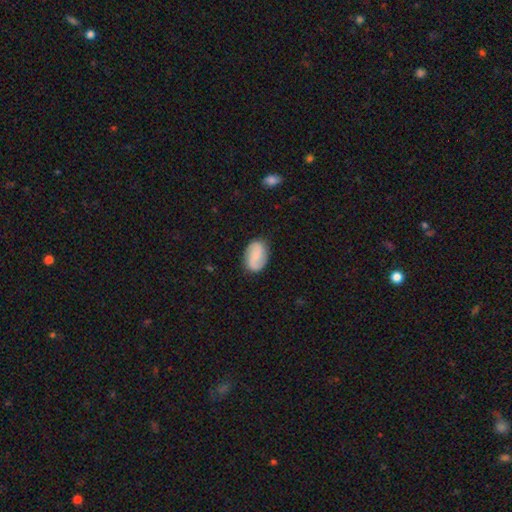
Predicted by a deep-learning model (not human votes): The model was most divided on "bulge size": small: 42%, none: 33%, moderate: 20%, large: 3%, dominant: 2%. Remaining: edge-on disk — no (97%); spiral arms — yes (93%); spiral arm count — 2 (90%); merging — none (83%); smooth or featured — featured or disk (56%); bar — no (50%); spiral winding — medium (43%).